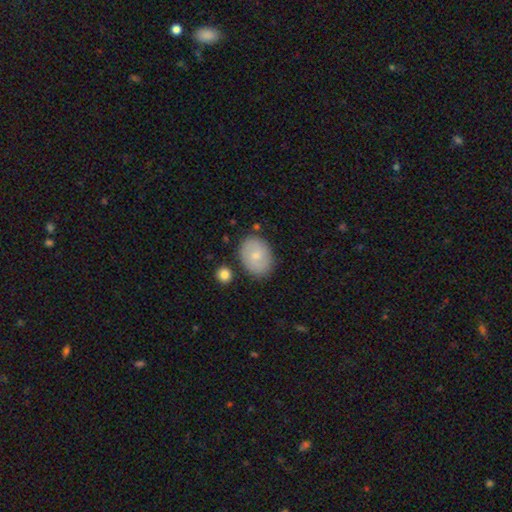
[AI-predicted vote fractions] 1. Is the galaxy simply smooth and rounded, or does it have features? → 74% smooth, 19% featured or disk, 7% star or artifact.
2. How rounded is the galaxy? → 67% in between, 32% round, 1% cigar-shaped.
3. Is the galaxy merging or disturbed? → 79% none, 14% minor disturbance, 4% merger, 3% major disturbance.